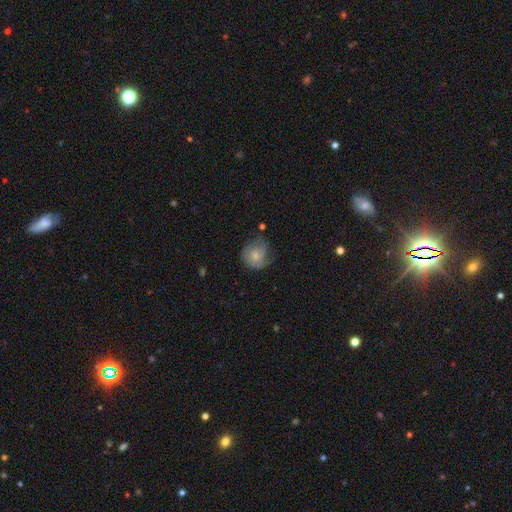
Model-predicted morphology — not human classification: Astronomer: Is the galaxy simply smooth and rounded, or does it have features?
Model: smooth — 58% (runner-up: featured or disk, 35%).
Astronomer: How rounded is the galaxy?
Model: round — 82%.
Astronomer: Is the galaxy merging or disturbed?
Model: none — 50% (runner-up: minor disturbance, 31%).